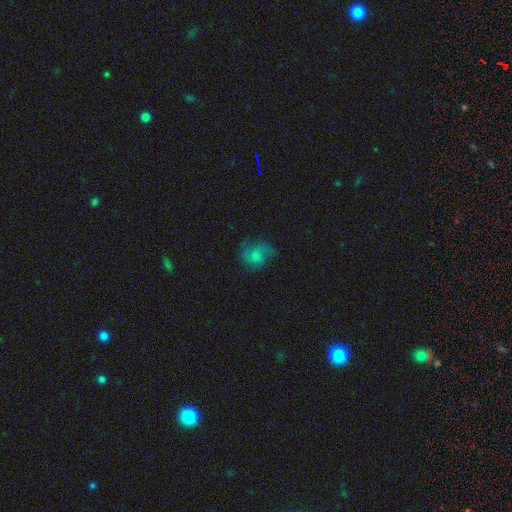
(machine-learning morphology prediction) This appears to be a smooth galaxy with no disk features (53%) that is round (64%). Merging: none (56%).